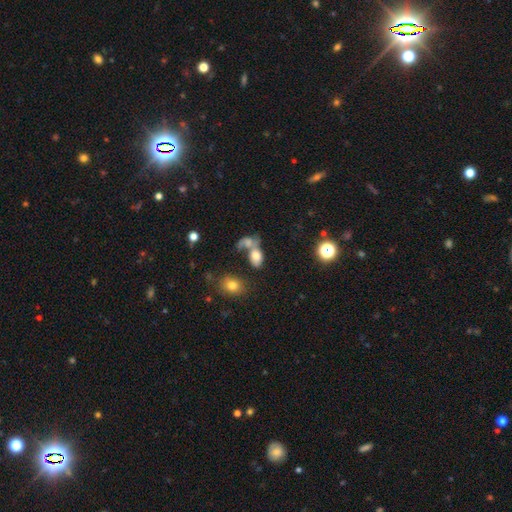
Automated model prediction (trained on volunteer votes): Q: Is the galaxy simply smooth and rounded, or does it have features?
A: smooth — 71%.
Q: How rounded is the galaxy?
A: in between — 84%.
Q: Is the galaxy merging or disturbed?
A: merger — 54%.